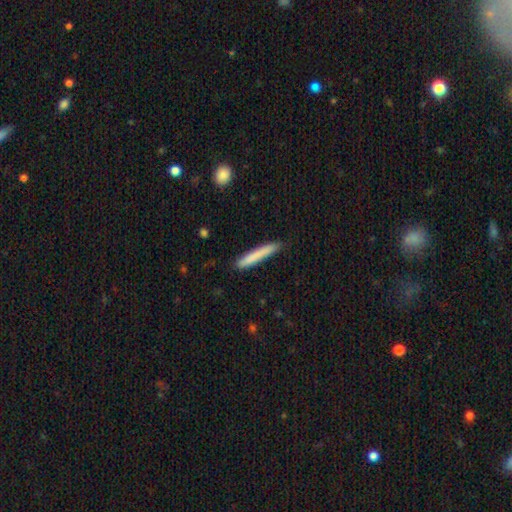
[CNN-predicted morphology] Smooth or featured? smooth (78%)
How rounded? cigar-shaped (96%)
Merging? none (86%)